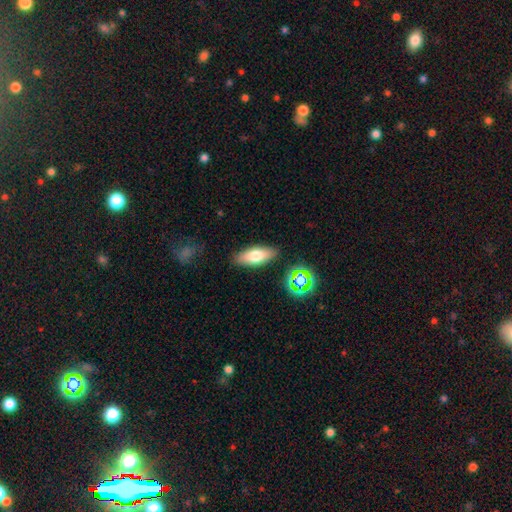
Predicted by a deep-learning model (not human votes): This appears to be a smooth galaxy with no disk features (71%) that is in between round and cigar-shaped (74%). Merging: none (86%).